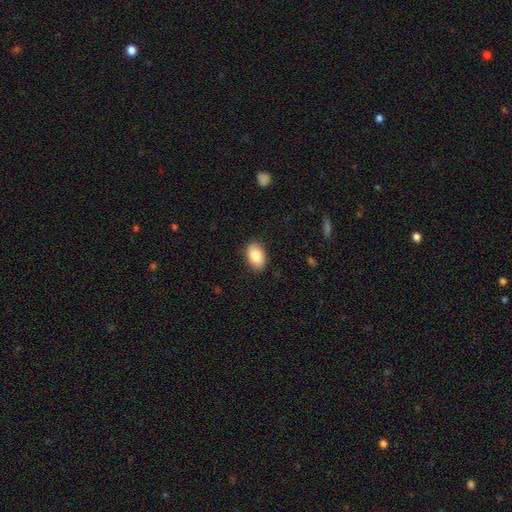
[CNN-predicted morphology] This is clearly a smooth galaxy (86%). How rounded: clearly in between (90%). Merging: clearly none (88%).